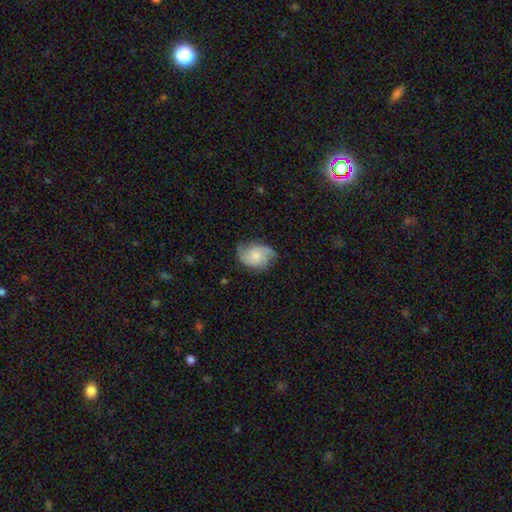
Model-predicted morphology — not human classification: type=featured or disk (70%); edge-on=no (97%); bar=no (70%); spiral arms=yes (94%); winding=medium (47%); arm count=2 (59%); bulge=small (45%); merging=none (69%).